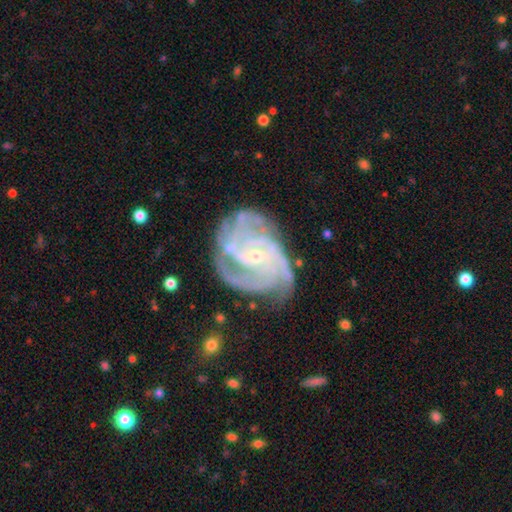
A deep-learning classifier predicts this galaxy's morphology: A featured or disk galaxy (90%) with no bar (54%), 4 (29%) tight (58%) spiral arms (97%) and a small central bulge (76%).

Vote fractions:
- Smooth or featured? featured or disk: 90% / star or artifact: 6% / smooth: 5%
- Edge-on disk? no: 98% / yes: 2%
- Bar? no: 54% / weak: 34% / strong: 11%
- Spiral arms? yes: 97% / no: 3%
- Spiral winding? tight: 58% / medium: 35% / loose: 7%
- Spiral arm count? 4: 29% / 3: 25% / can't tell: 19% / 2: 11% / more than 4: 9% / 1: 6%
- Bulge size? small: 76% / moderate: 21% / none: 2% / large: 1% / dominant: 1%
- Merging? none: 65% / minor disturbance: 22% / major disturbance: 11% / merger: 2%